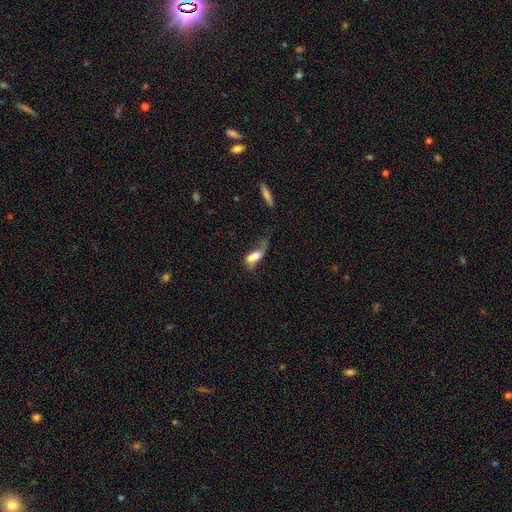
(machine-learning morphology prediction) Smooth or featured?
  - smooth: 57% *
  - featured or disk: 33%
  - star or artifact: 10%
How rounded?
  - in between: 69% *
  - cigar-shaped: 17%
  - round: 14%
Merging?
  - merger: 48% *
  - major disturbance: 25%
  - none: 15%
  - minor disturbance: 12%